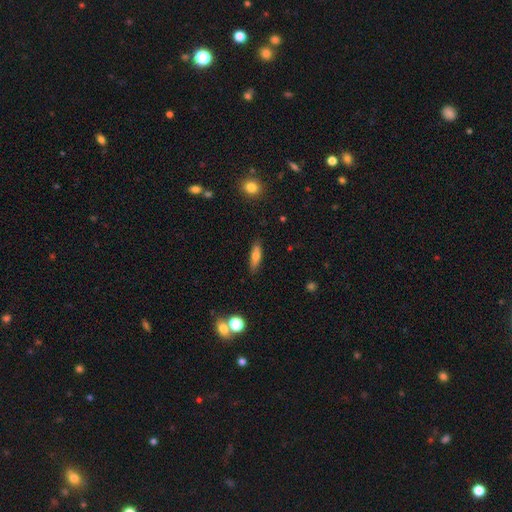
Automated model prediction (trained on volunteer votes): Q: Smooth or featured?
A: smooth (66%); runner-up: featured or disk (26%)
Q: How rounded?
A: cigar-shaped (55%); runner-up: in between (42%)
Q: Merging?
A: none (84%); runner-up: minor disturbance (12%)